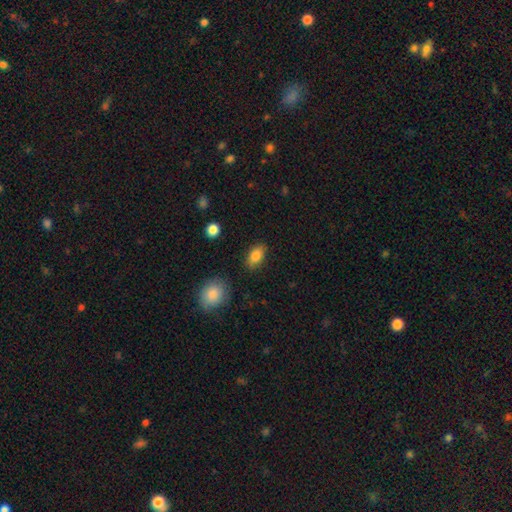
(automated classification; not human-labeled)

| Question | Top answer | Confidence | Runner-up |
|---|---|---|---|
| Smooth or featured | smooth | 84% | star or artifact (8%) |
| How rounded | in between | 88% | round (9%) |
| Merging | none | 84% | minor disturbance (11%) |